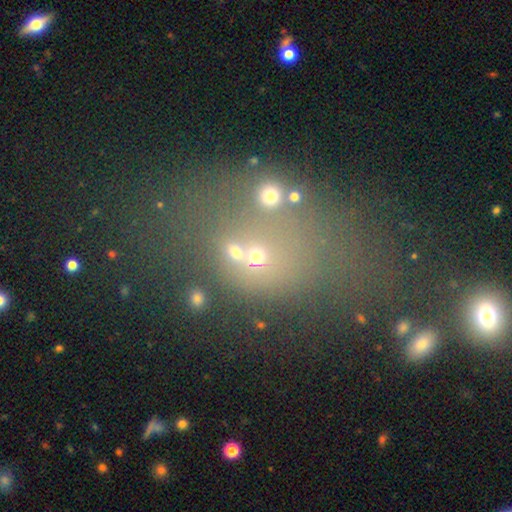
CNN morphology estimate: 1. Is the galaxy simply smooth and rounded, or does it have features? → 44% star or artifact, 38% smooth, 18% featured or disk.